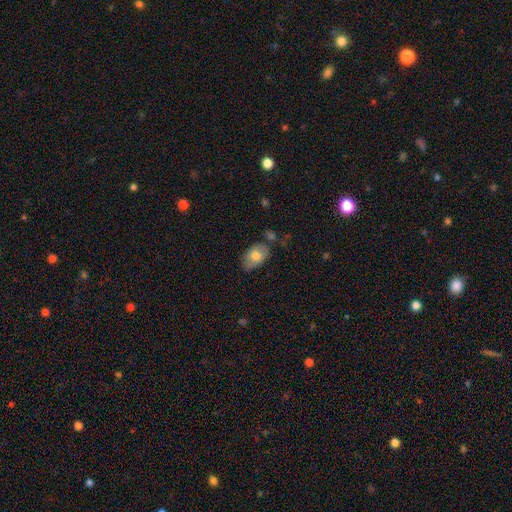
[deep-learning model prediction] A smooth galaxy with no disk features (73%) that is in between round and cigar-shaped (89%).

Vote fractions:
- Smooth or featured? smooth: 73% / featured or disk: 21% / star or artifact: 7%
- How rounded? in between: 89% / round: 10% / cigar-shaped: 1%
- Merging? none: 66% / minor disturbance: 24% / merger: 6% / major disturbance: 5%